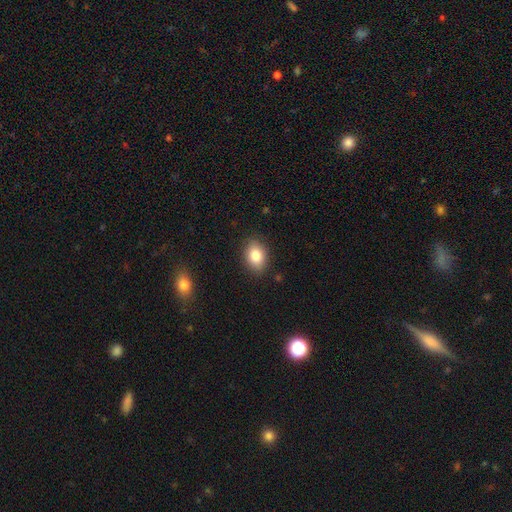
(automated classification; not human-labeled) smooth-or-featured: smooth: 83% | star or artifact: 8% | featured or disk: 8%
  how-rounded: in between: 77% | round: 21% | cigar-shaped: 1%
  merging: none: 86% | minor disturbance: 10% | major disturbance: 2% | merger: 1%